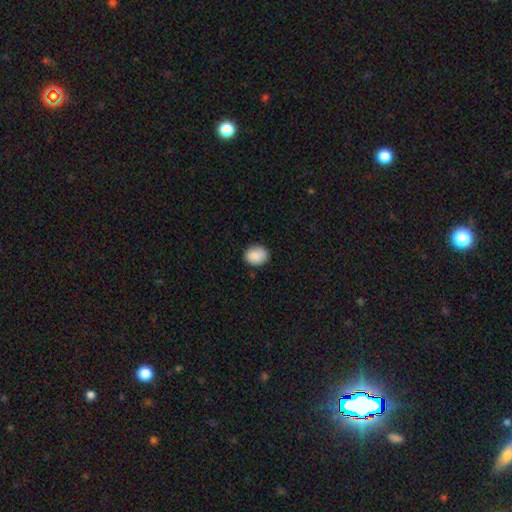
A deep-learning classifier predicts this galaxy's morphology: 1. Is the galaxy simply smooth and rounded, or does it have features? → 89% smooth, 7% star or artifact, 4% featured or disk.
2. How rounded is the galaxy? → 53% in between, 46% round, 1% cigar-shaped.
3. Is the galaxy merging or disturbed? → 82% none, 15% minor disturbance, 3% major disturbance, 1% merger.